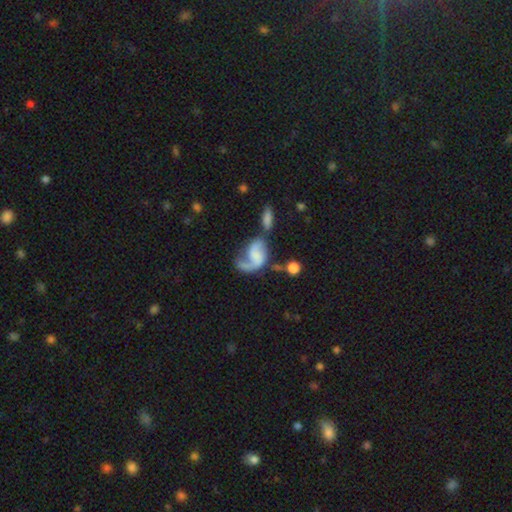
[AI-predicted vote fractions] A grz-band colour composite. It shows a featured or disk galaxy (70%) with no bar (58%), 2 (57%) loose (59%) spiral arms (90%) and no central bulge (54%). Merging: none (30%).